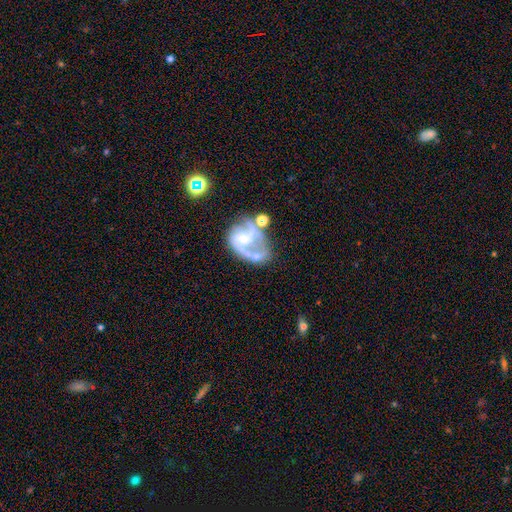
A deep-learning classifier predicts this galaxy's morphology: A featured or disk galaxy (76%) with no bar (49%), 2 (63%) medium (46%) spiral arms (85%) and a small central bulge (41%). Merging: none (32%).